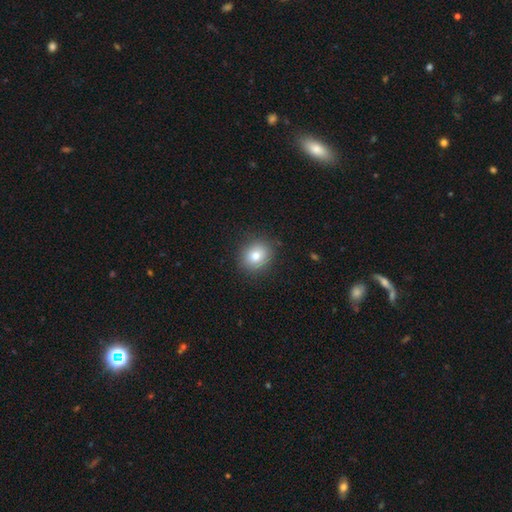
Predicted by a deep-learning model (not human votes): Smooth or featured? Predicted: smooth (p=0.81). How rounded? Predicted: round (p=0.70). Merging? Predicted: none (p=0.88).